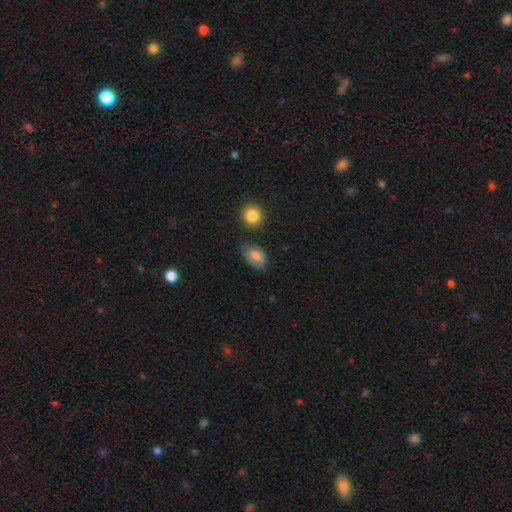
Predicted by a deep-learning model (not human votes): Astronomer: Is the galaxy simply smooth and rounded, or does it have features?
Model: smooth — 80%.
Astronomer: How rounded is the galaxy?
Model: in between — 87%.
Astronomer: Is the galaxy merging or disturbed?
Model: none — 66%.